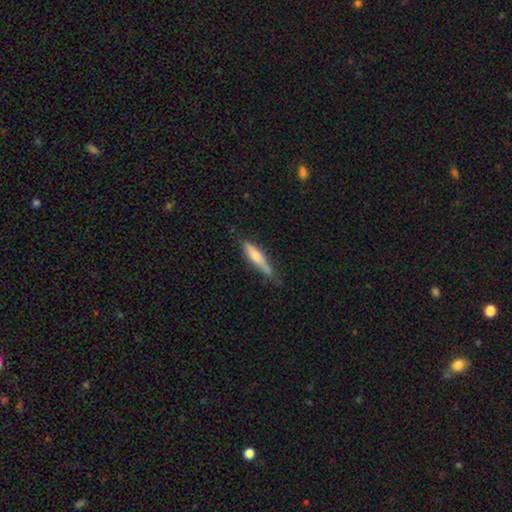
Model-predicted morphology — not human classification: Q: Smooth or featured?
A: featured or disk (50%); runner-up: smooth (44%)
Q: Edge-on disk?
A: yes (91%); runner-up: no (9%)
Q: Merging?
A: none (75%); runner-up: minor disturbance (20%)